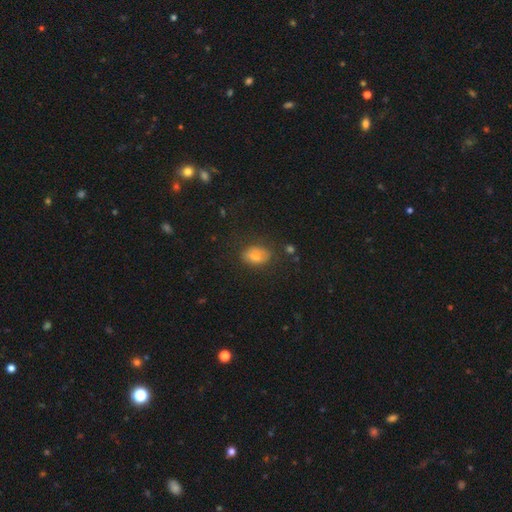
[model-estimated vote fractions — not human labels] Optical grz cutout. It shows a smooth galaxy with no disk features (68%) that is in between round and cigar-shaped (77%). Merging: none (79%).